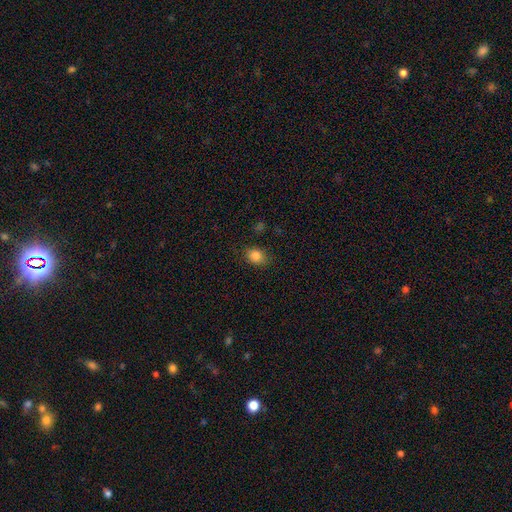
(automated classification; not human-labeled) Morphology: type=smooth (84%); roundness=in between (54%); merging=none (83%).